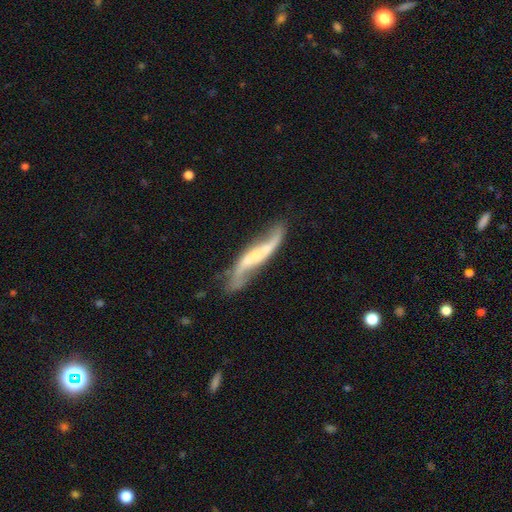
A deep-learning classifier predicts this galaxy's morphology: The model was most divided on "bar" (2-way tie): no: 35%, weak: 35%, strong: 30%. More confident: spiral arms — yes (93%); spiral arm count — 2 (91%); spiral winding — loose (85%); smooth or featured — featured or disk (82%); edge-on disk — no (73%); merging — none (65%); bulge size — small (52%).